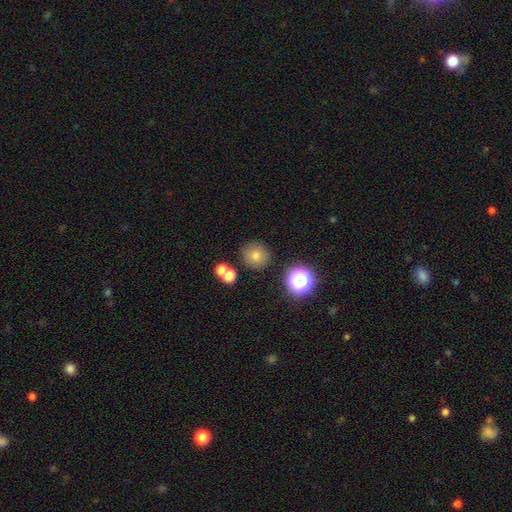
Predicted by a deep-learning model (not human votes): smooth-or-featured: smooth: 73% | star or artifact: 17% | featured or disk: 10%
  how-rounded: round: 92% | in between: 7% | cigar-shaped: 1%
  merging: none: 81% | minor disturbance: 9% | merger: 7% | major disturbance: 3%